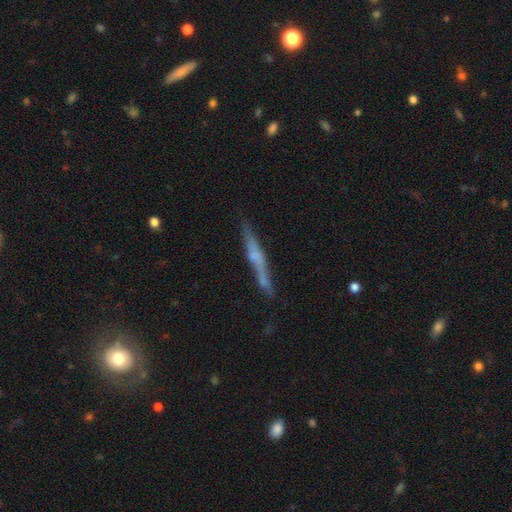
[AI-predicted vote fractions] A featured or disk galaxy (52%) viewed edge-on (93%).

Vote fractions:
- Smooth or featured? featured or disk: 52% / smooth: 41% / star or artifact: 7%
- Edge-on disk? yes: 93% / no: 7%
- Merging? none: 75% / minor disturbance: 17% / major disturbance: 4% / merger: 4%